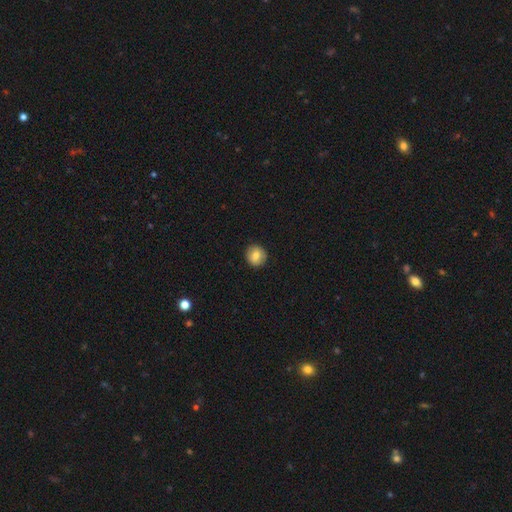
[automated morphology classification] This appears to be a smooth galaxy with no disk features (79%) that is round (90%). Merging: none (90%).